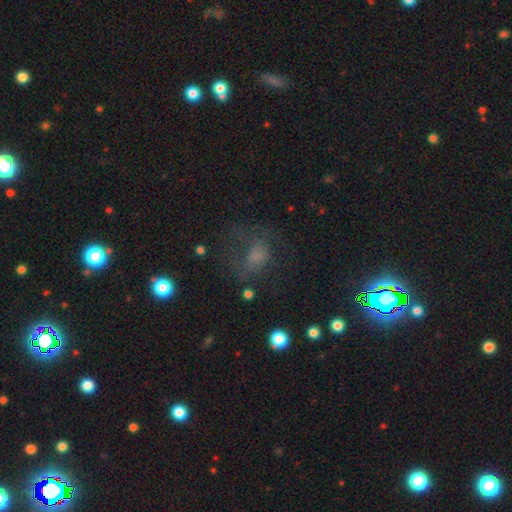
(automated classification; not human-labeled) The model was most divided on "merging": none: 44%, major disturbance: 33%, minor disturbance: 20%, merger: 3%. Remaining: smooth or featured — smooth (47%).